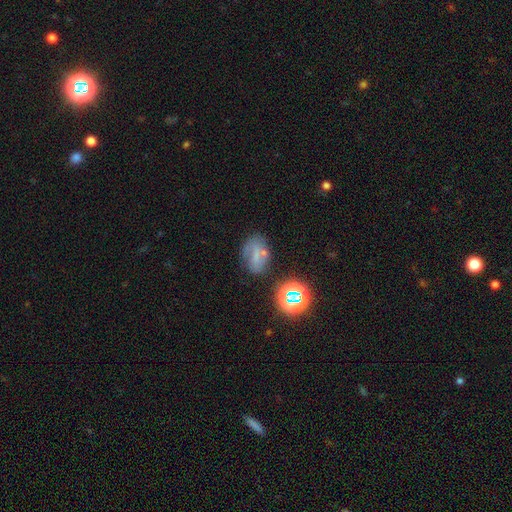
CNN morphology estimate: Overall: smooth (45%; featured or disk 31%). Merging: none (56%; minor disturbance 24%).